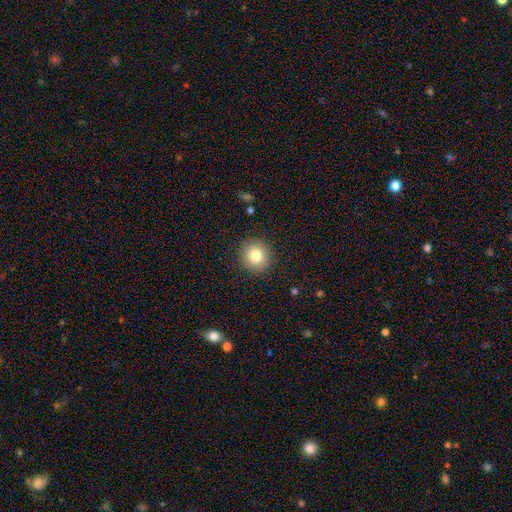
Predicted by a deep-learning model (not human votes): Smooth or featured? Predicted: smooth (p=0.81). How rounded? Predicted: round (p=0.89). Merging? Predicted: none (p=0.91).